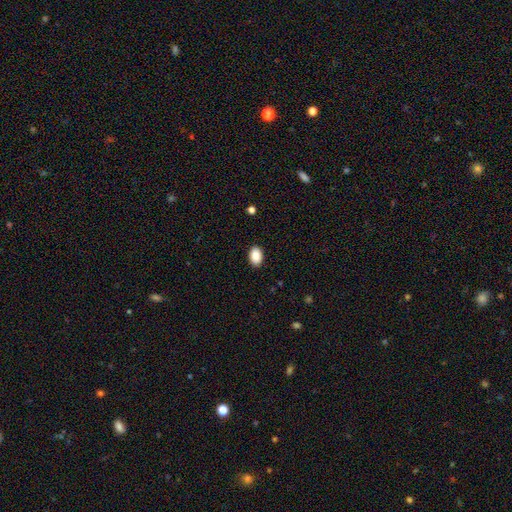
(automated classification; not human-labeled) smooth_or_featured: smooth (p=0.89) [alt: star or artifact p=0.07]
how_rounded: in between (p=0.86) [alt: round p=0.13]
merging: none (p=0.90) [alt: minor disturbance p=0.07]